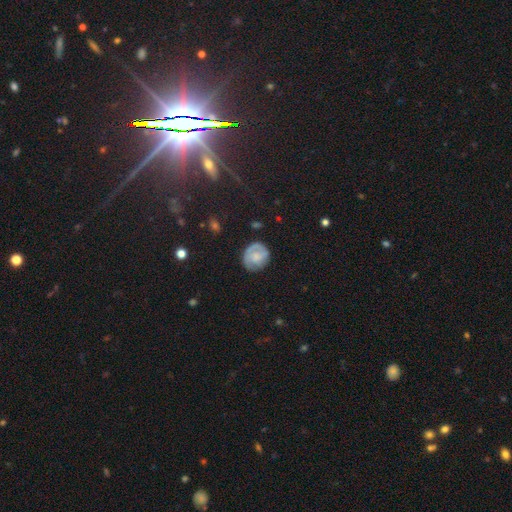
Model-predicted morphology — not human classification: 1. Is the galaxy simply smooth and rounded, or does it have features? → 52% smooth, 40% featured or disk, 8% star or artifact.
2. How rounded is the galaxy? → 76% round, 23% in between, 1% cigar-shaped.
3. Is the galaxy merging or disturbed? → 69% none, 21% minor disturbance, 8% major disturbance, 2% merger.